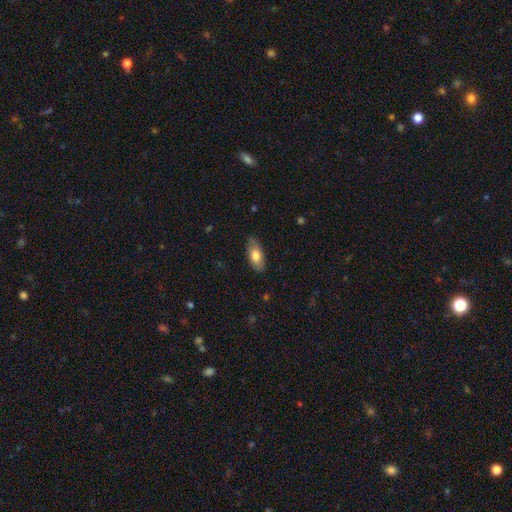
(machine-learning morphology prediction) smooth_or_featured: smooth (p=0.75) [alt: featured or disk p=0.19]
how_rounded: in between (p=0.88) [alt: cigar-shaped p=0.09]
merging: none (p=0.83) [alt: minor disturbance p=0.13]